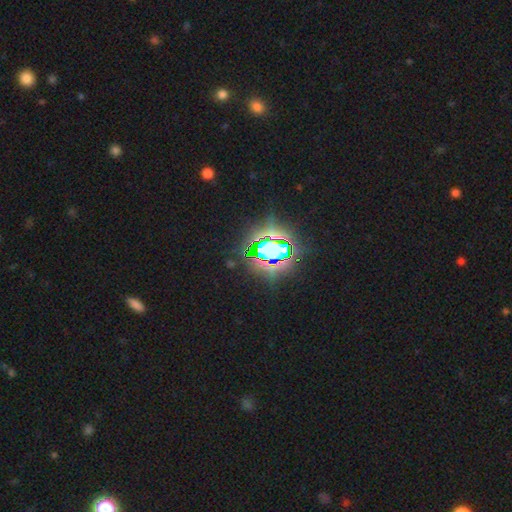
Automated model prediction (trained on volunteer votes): smooth-or-featured: star or artifact: 82% | smooth: 11% | featured or disk: 7%